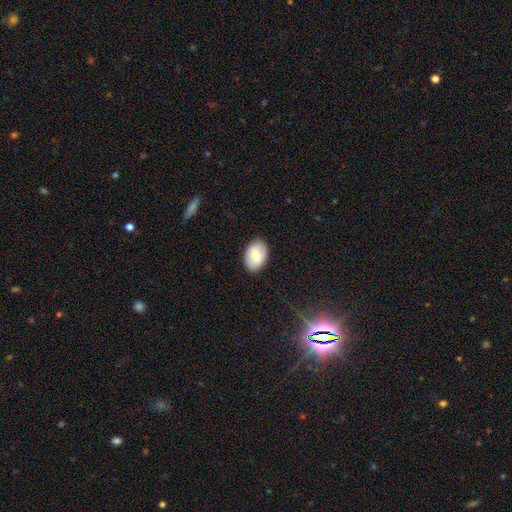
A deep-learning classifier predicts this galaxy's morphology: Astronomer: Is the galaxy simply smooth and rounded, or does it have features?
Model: smooth — 75%.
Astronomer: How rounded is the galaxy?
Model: in between — 84%.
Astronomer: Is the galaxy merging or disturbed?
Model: none — 88%.